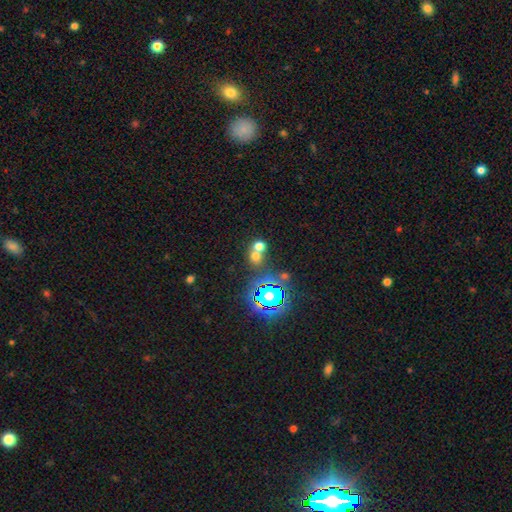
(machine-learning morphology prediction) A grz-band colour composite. It shows a smooth galaxy with no disk features (59%) that is round (73%). Merging: merger (52%).